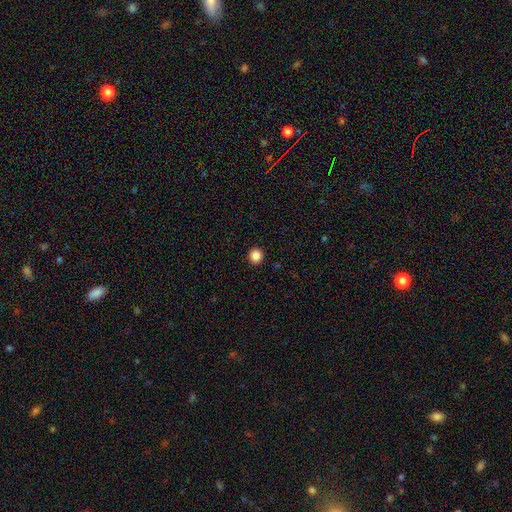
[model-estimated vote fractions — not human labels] Smooth or featured? smooth (87%)
How rounded? round (91%)
Merging? none (93%)